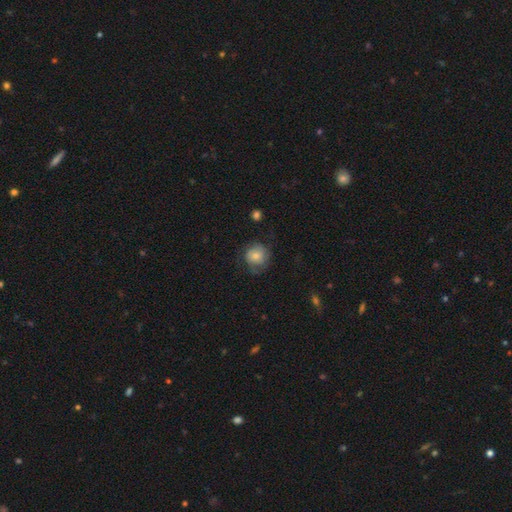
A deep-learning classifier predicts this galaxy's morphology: Smooth or featured?
  - smooth: 64% *
  - featured or disk: 28%
  - star or artifact: 8%
How rounded?
  - round: 87% *
  - in between: 12%
  - cigar-shaped: 1%
Merging?
  - none: 62% *
  - minor disturbance: 24%
  - major disturbance: 13%
  - merger: 1%